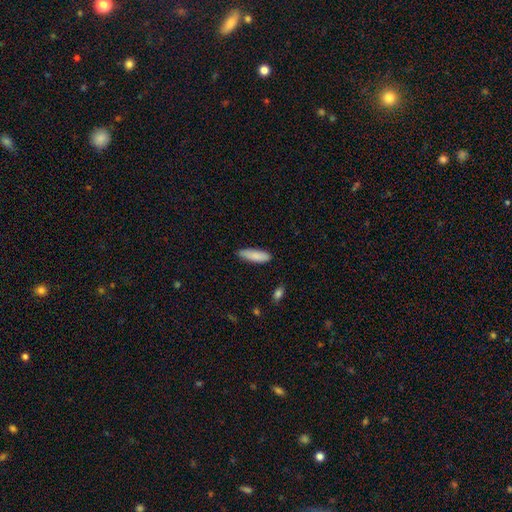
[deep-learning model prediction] A smooth galaxy with no disk features (87%) that is cigar-shaped (55%). Merging: none (84%).